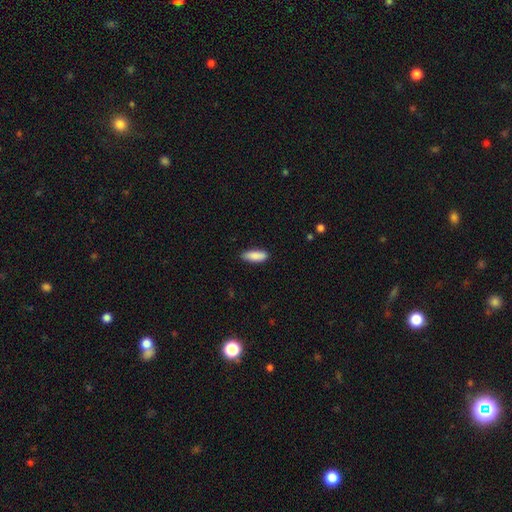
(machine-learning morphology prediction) Smooth or featured? Predicted: smooth (p=0.89). How rounded? Predicted: in between (p=0.70). Merging? Predicted: none (p=0.85).